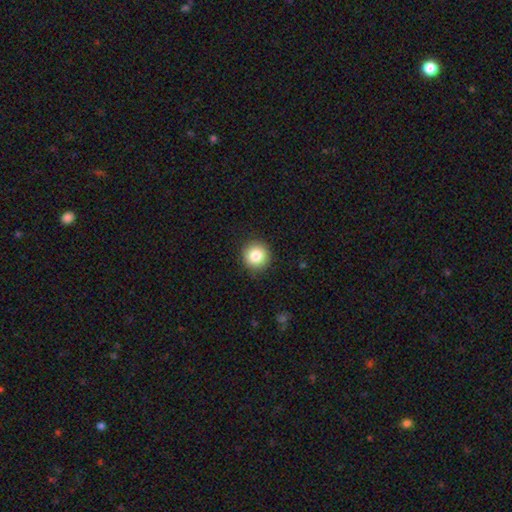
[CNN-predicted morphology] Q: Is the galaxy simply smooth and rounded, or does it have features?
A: smooth — 84%.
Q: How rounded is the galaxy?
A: round — 94%.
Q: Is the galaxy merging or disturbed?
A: none — 91%.